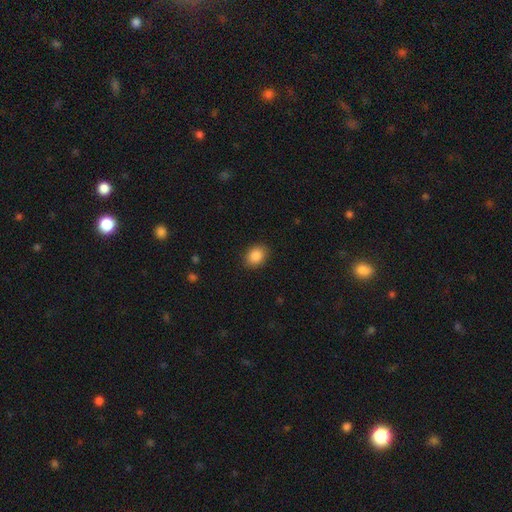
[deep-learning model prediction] smooth_or_featured: smooth (p=0.88) [alt: star or artifact p=0.08]
how_rounded: in between (p=0.60) [alt: round p=0.39]
merging: none (p=0.88) [alt: minor disturbance p=0.08]